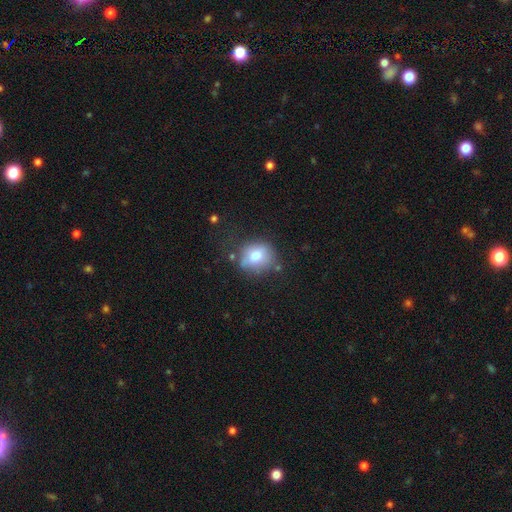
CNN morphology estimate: smooth 74%, featured or disk 16%, star or artifact 10%. Down the decision tree: how rounded — round (74%); merging — none (65%).